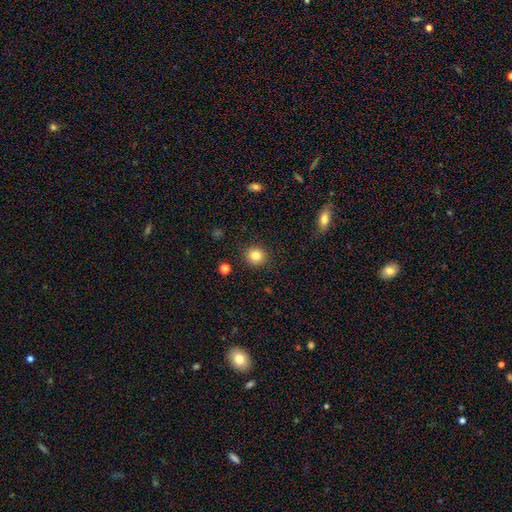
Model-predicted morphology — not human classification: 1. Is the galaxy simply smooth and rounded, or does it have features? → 83% smooth, 11% star or artifact, 6% featured or disk.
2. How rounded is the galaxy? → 90% round, 10% in between, 1% cigar-shaped.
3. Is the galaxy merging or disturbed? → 91% none, 6% minor disturbance, 2% major disturbance, 1% merger.